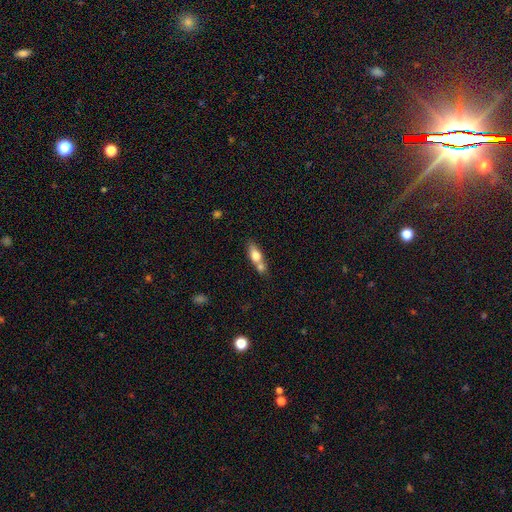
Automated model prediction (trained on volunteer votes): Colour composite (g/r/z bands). It shows a smooth galaxy with no disk features (69%) that is in between round and cigar-shaped (65%). Merging: merger (52%).